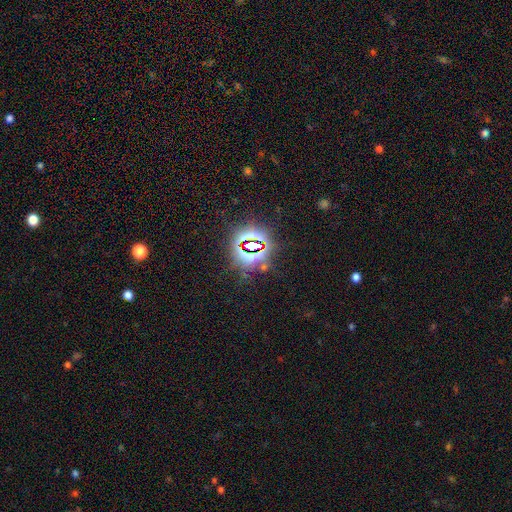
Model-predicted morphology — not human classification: Overall: star or artifact (82%).